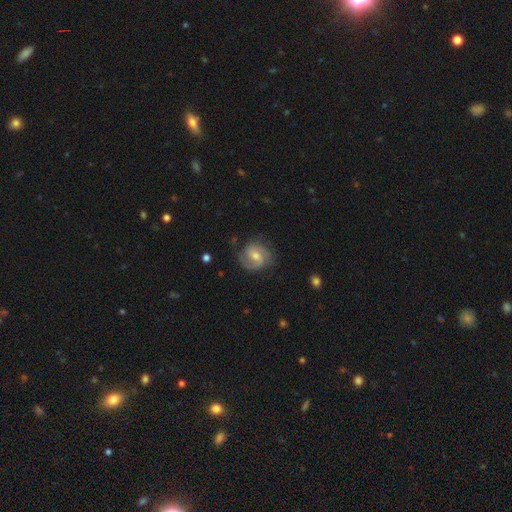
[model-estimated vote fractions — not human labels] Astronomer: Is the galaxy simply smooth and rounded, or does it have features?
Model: featured or disk — 76%.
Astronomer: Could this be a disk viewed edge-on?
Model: no — 98%.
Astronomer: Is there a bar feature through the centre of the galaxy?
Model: weak — 49% (runner-up: no, 39%).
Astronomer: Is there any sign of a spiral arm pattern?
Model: yes — 94%.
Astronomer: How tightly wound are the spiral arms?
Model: medium — 44% (runner-up: tight, 39%).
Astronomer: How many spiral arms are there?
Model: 2 — 66%.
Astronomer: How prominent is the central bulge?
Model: moderate — 61%.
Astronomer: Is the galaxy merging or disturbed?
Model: none — 75%.